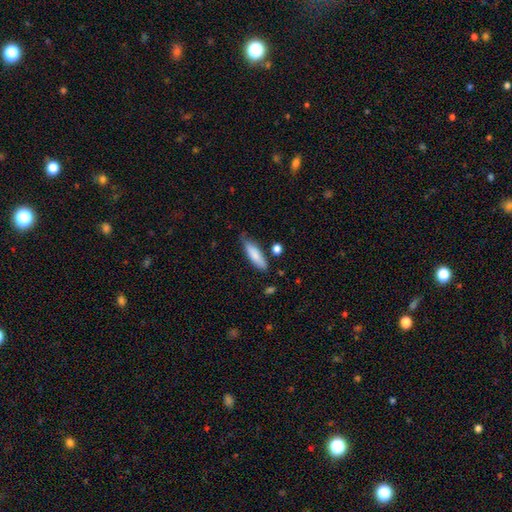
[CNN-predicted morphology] This appears to be a smooth galaxy with no disk features (82%) that is cigar-shaped (58%). Merging: none (70%).